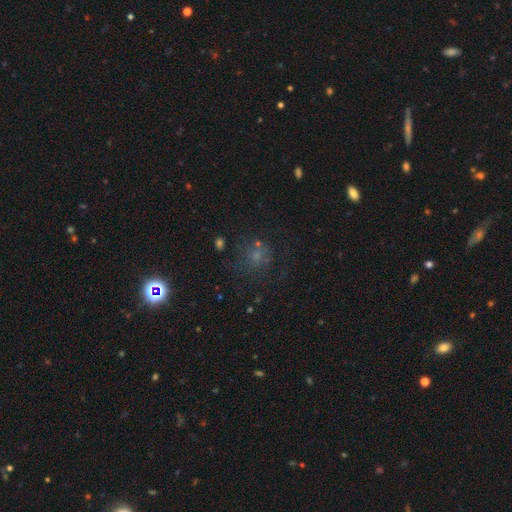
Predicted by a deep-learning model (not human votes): Smooth or featured: star or artifact — 46% (smooth — 36%)